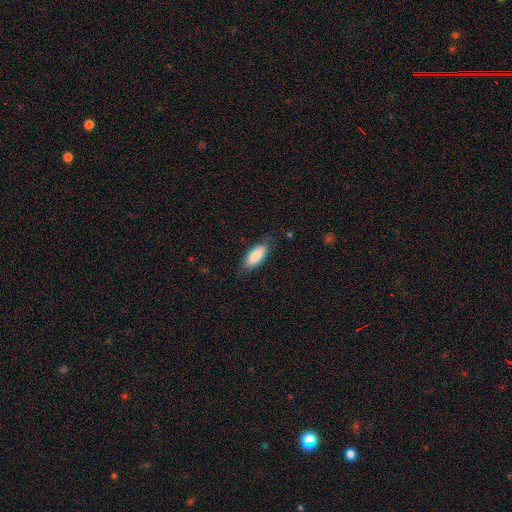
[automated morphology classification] This appears to be a smooth galaxy with no disk features (86%) that is in between round and cigar-shaped (77%). Merging: none (77%).